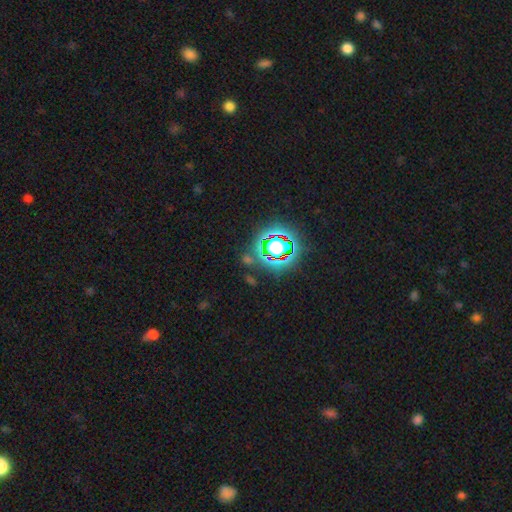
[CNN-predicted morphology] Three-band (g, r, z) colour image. It shows a star or artifact, not a galaxy (80%).